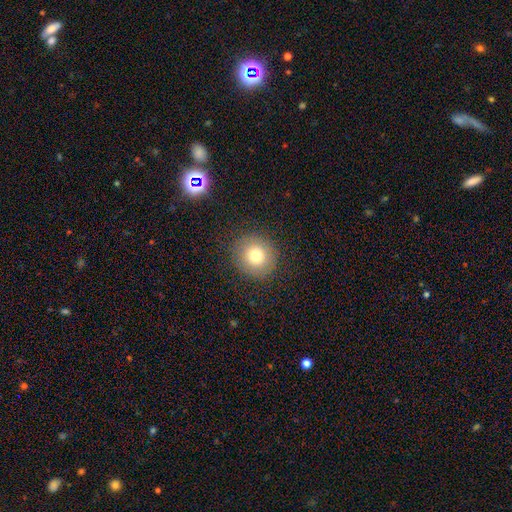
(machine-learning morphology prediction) Overall: smooth (76%). How rounded: round (92%). Merging: none (88%).